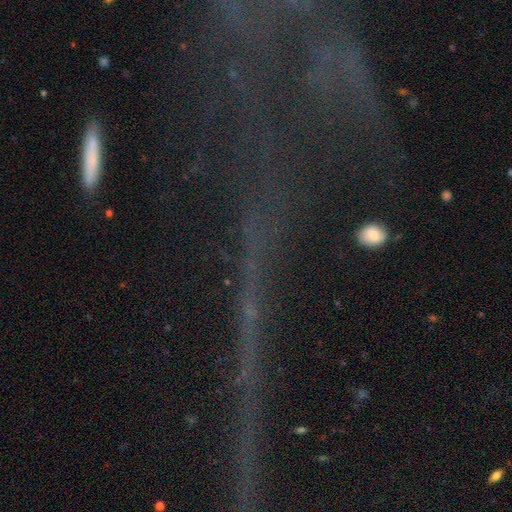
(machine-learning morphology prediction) A star or artifact, not a galaxy (65%).

Vote fractions:
- Smooth or featured? star or artifact: 65% / featured or disk: 19% / smooth: 16%